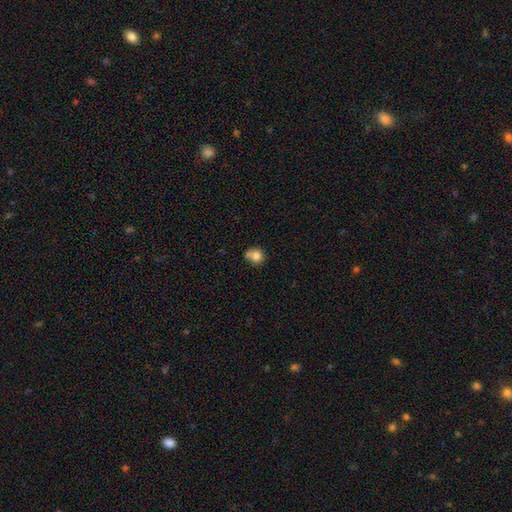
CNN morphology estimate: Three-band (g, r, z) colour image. It shows a smooth galaxy with no disk features (79%) that is round (79%). Merging: none (51%).